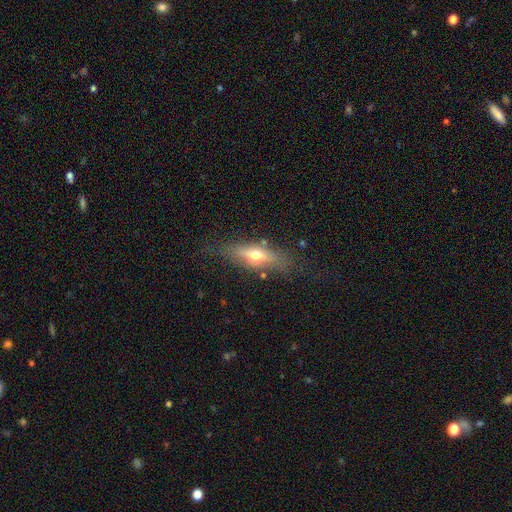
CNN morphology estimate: Overall: featured or disk (47%; smooth 44%). Merging: none (74%).